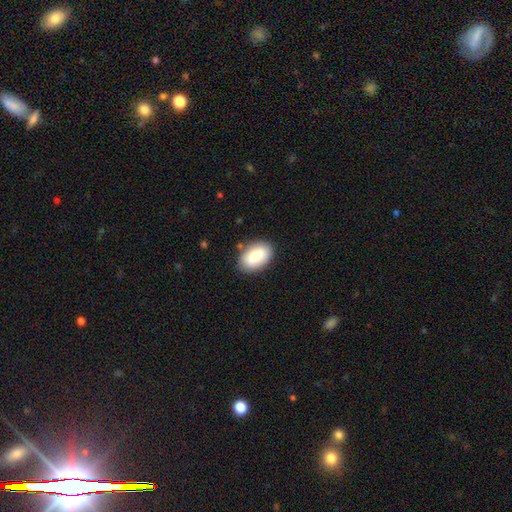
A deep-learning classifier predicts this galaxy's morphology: Smooth or featured? smooth (82%)
How rounded? in between (91%)
Merging? none (84%)